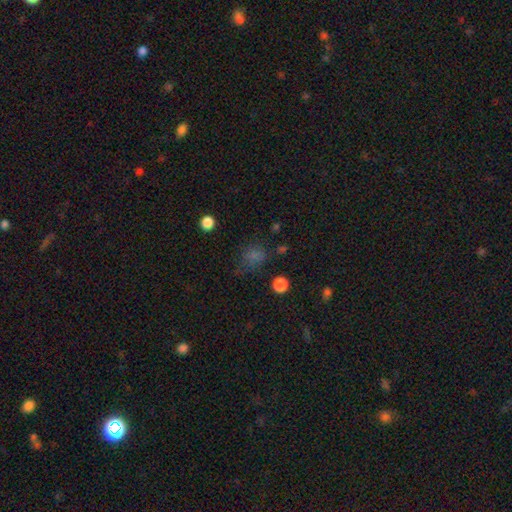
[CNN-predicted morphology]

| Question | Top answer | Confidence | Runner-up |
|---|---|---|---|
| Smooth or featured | smooth | 60% | star or artifact (30%) |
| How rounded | round | 55% | in between (44%) |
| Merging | none | 57% | minor disturbance (24%) |